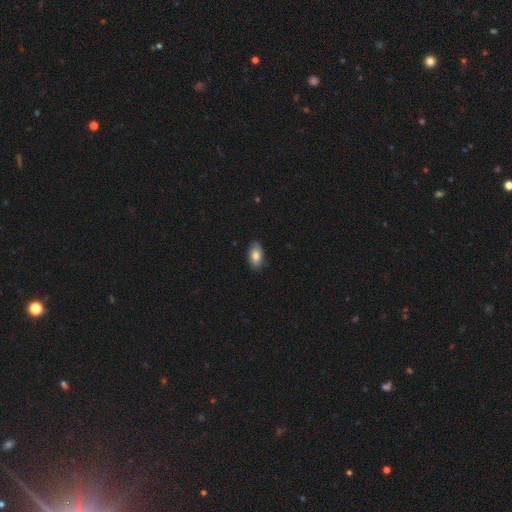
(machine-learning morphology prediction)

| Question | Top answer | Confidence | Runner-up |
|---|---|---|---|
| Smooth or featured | smooth | 81% | featured or disk (12%) |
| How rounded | in between | 93% | round (5%) |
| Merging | none | 86% | minor disturbance (11%) |